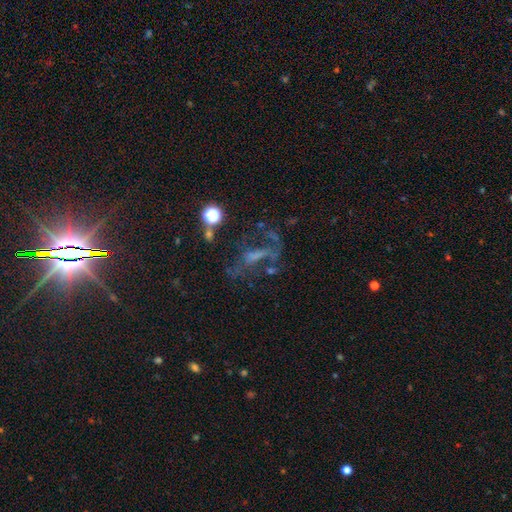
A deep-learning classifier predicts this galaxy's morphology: featured or disk 51%, star or artifact 32%, smooth 17%. Down the decision tree: edge-on disk — no (88%); merging — none (40%).